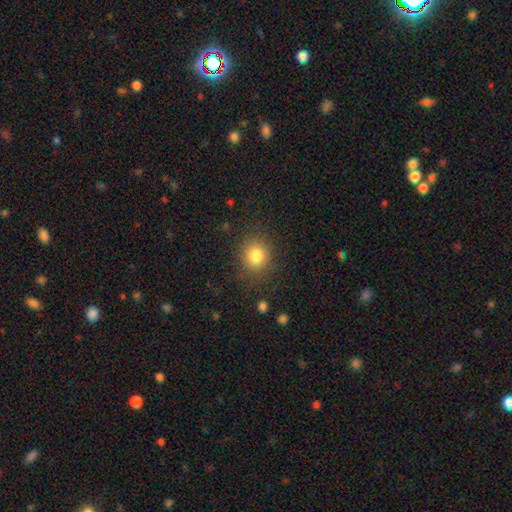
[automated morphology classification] A smooth galaxy with no disk features (81%) that is round (80%). Merging: none (84%).